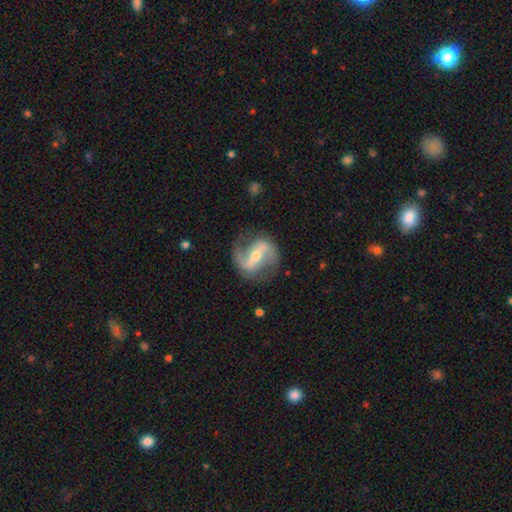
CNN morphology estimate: Smooth or featured?
  - featured or disk: 86% *
  - smooth: 9%
  - star or artifact: 5%
Edge-on disk?
  - no: 95% *
  - yes: 5%
Bar?
  - strong: 61% *
  - weak: 28%
  - no: 11%
Spiral arms?
  - yes: 91% *
  - no: 9%
Spiral winding?
  - loose: 44% *
  - medium: 42%
  - tight: 14%
Spiral arm count?
  - 2: 88% *
  - 1: 5%
  - can't tell: 4%
  - 3: 1%
  - 4: 1%
  - more than 4: 1%
Bulge size?
  - moderate: 51% *
  - small: 43%
  - large: 3%
  - none: 2%
  - dominant: 1%
Merging?
  - none: 77% *
  - minor disturbance: 14%
  - major disturbance: 8%
  - merger: 2%